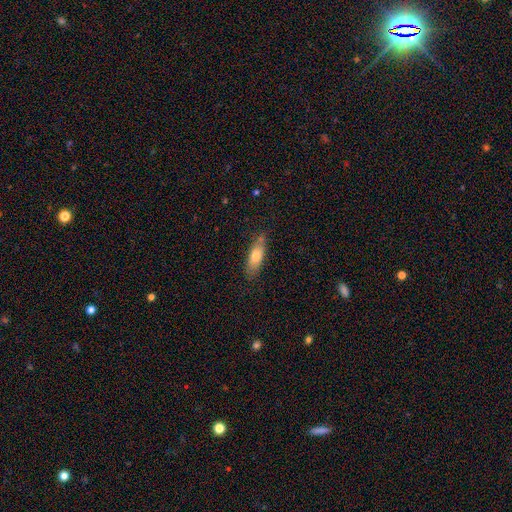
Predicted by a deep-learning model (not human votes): Smooth or featured?
  - smooth: 72% *
  - featured or disk: 21%
  - star or artifact: 7%
How rounded?
  - in between: 57% *
  - cigar-shaped: 41%
  - round: 2%
Merging?
  - none: 77% *
  - minor disturbance: 17%
  - major disturbance: 3%
  - merger: 3%